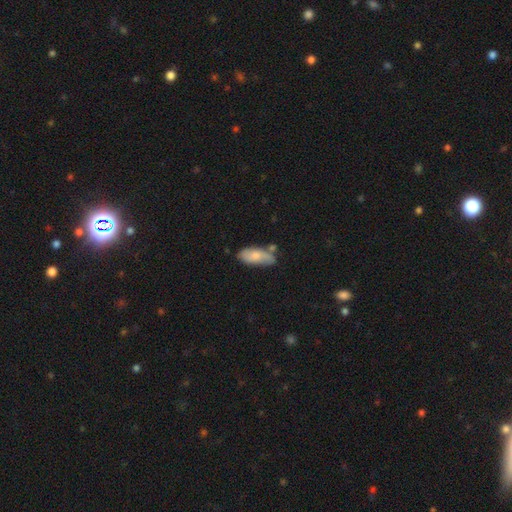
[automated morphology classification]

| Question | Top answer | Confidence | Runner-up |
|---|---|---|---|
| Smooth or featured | smooth | 72% | featured or disk (22%) |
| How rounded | in between | 84% | cigar-shaped (14%) |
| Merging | none | 56% | minor disturbance (27%) |